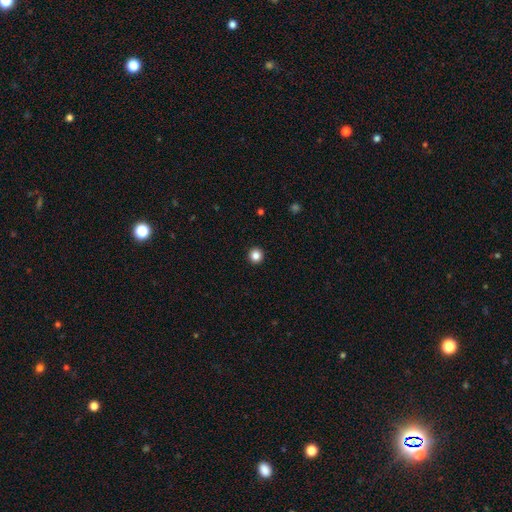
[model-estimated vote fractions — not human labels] This is clearly a smooth galaxy (85%). How rounded: clearly round (96%). Merging: clearly none (94%).